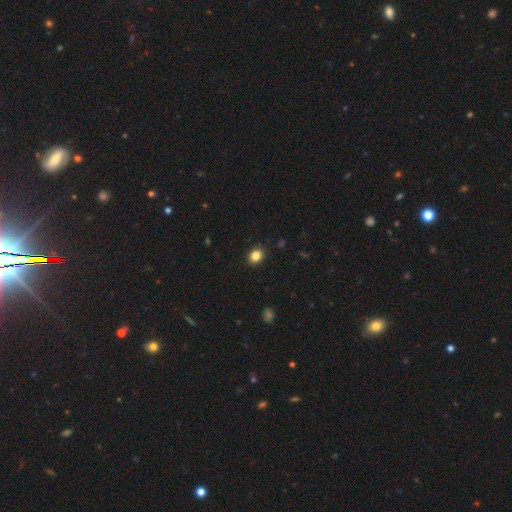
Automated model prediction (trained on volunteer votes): smooth-or-featured: smooth: 85% | star or artifact: 10% | featured or disk: 5%
  how-rounded: in between: 56% | round: 43% | cigar-shaped: 1%
  merging: none: 88% | minor disturbance: 8% | major disturbance: 2% | merger: 1%